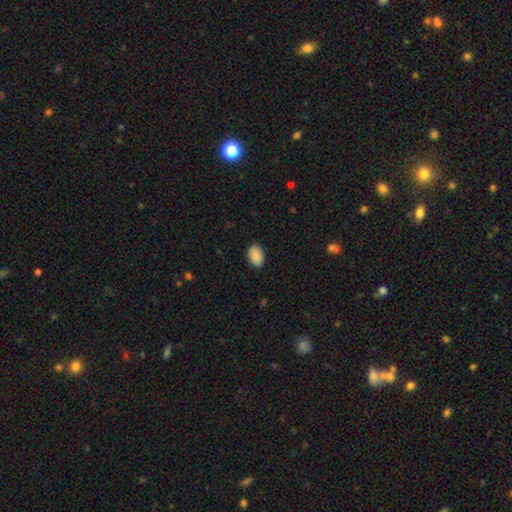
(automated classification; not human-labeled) smooth-or-featured: smooth: 90% | star or artifact: 7% | featured or disk: 3%
  how-rounded: in between: 90% | round: 8% | cigar-shaped: 1%
  merging: none: 86% | minor disturbance: 11% | major disturbance: 2% | merger: 1%